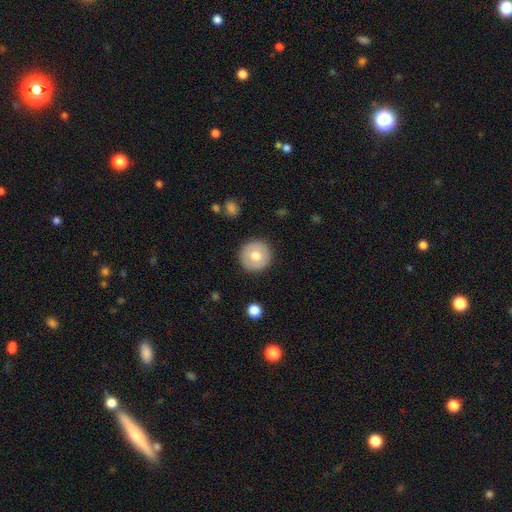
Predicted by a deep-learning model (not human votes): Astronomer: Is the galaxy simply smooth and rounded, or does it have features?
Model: smooth — 69%.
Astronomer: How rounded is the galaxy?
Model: round — 95%.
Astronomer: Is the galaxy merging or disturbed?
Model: none — 90%.